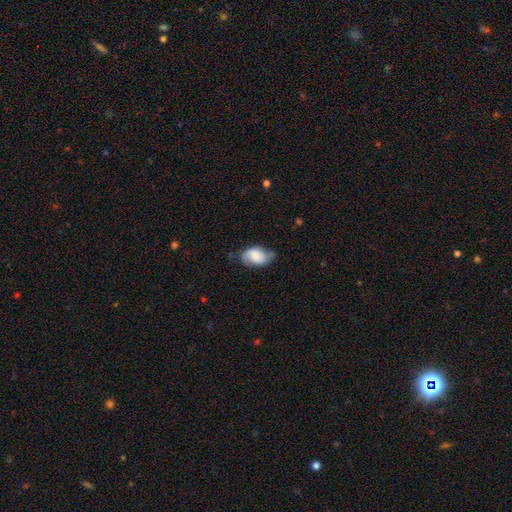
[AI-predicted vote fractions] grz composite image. It shows a smooth galaxy with no disk features (55%) that is in between round and cigar-shaped (87%). Merging: none (55%).